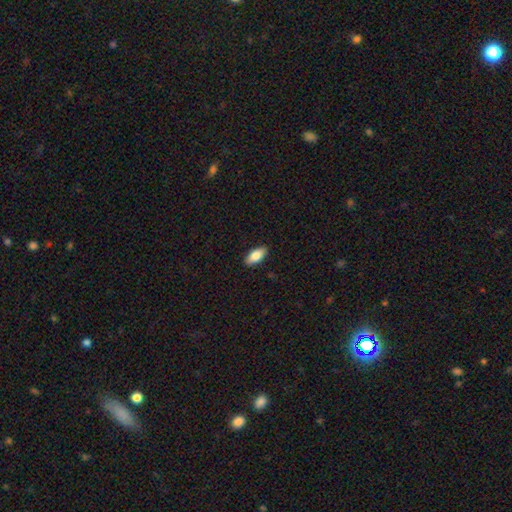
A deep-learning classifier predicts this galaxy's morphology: smooth 83%, featured or disk 11%, star or artifact 6%. Down the decision tree: how rounded — in between (88%); merging — none (90%).